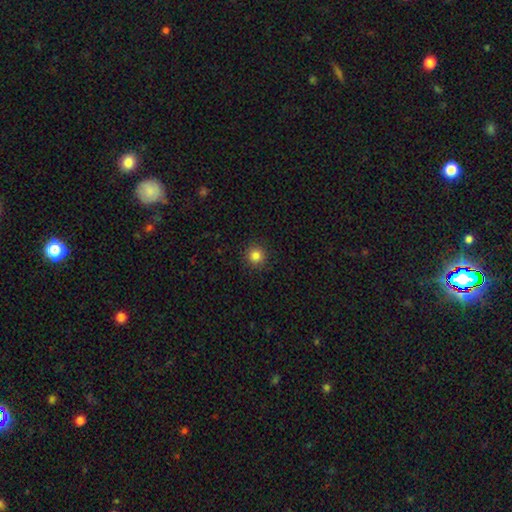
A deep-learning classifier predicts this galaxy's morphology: This appears to be a smooth galaxy with no disk features (84%) that is round (94%). Merging: none (91%).